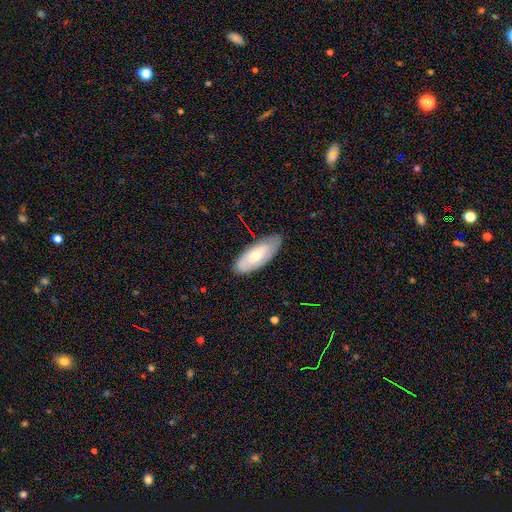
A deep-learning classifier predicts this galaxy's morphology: This appears to be a smooth galaxy with no disk features (56%) that is in between round and cigar-shaped (79%). Merging: none (79%).